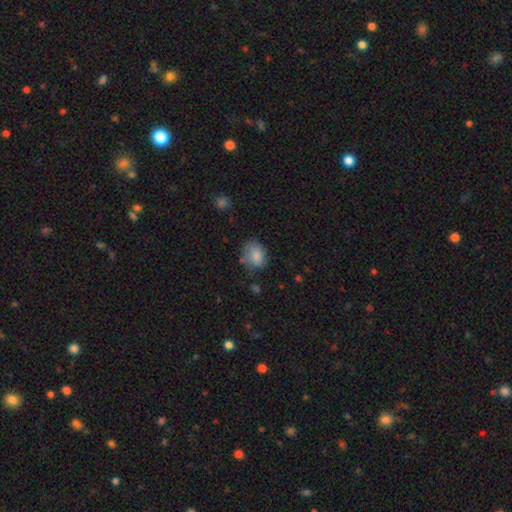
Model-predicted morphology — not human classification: This appears to be a smooth galaxy with no disk features (81%) that is in between round and cigar-shaped (67%). Merging: none (57%).